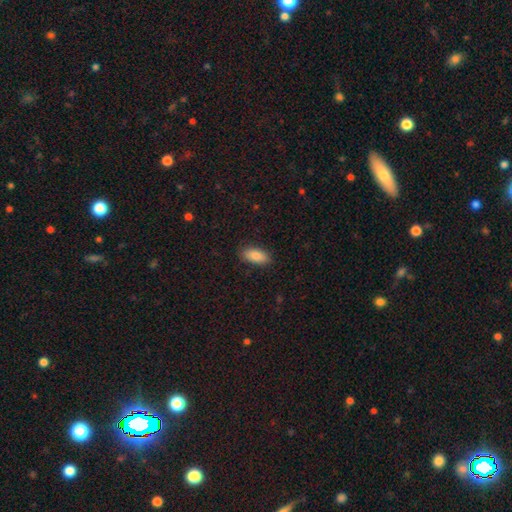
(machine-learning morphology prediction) The model was most divided on "merging": none: 86%, minor disturbance: 10%, major disturbance: 2%, merger: 1%. More confident: how rounded — in between (89%); smooth or featured — smooth (86%).